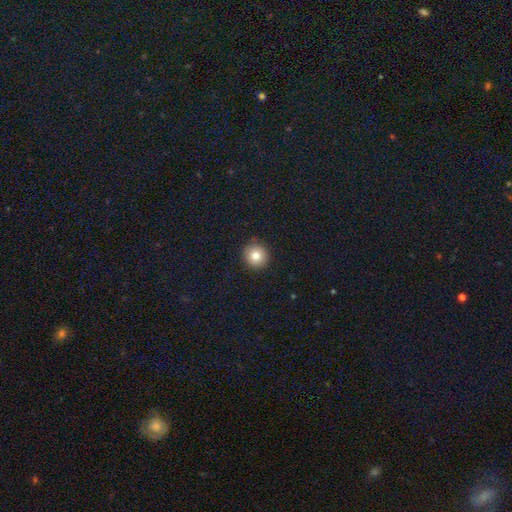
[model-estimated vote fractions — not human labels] A smooth galaxy with no disk features (80%) that is round (94%). Merging: none (91%).